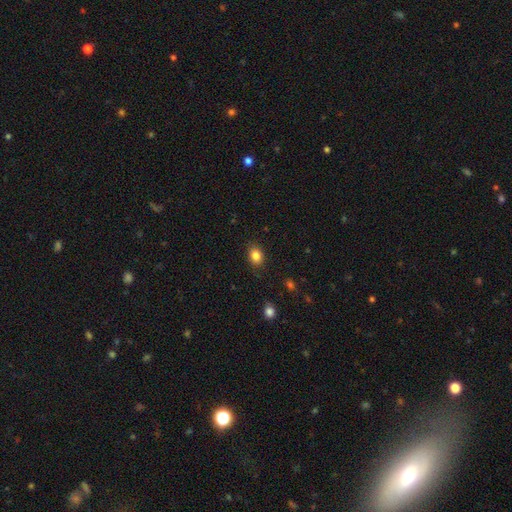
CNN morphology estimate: This appears to be a smooth galaxy with no disk features (84%) that is in between round and cigar-shaped (64%). Merging: none (85%).